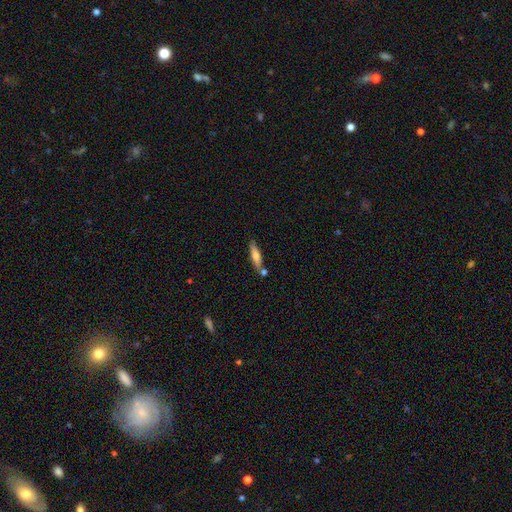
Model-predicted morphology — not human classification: smooth-or-featured: smooth: 58% | featured or disk: 36% | star or artifact: 6%
  how-rounded: cigar-shaped: 76% | in between: 22% | round: 2%
  merging: none: 72% | minor disturbance: 13% | merger: 12% | major disturbance: 3%